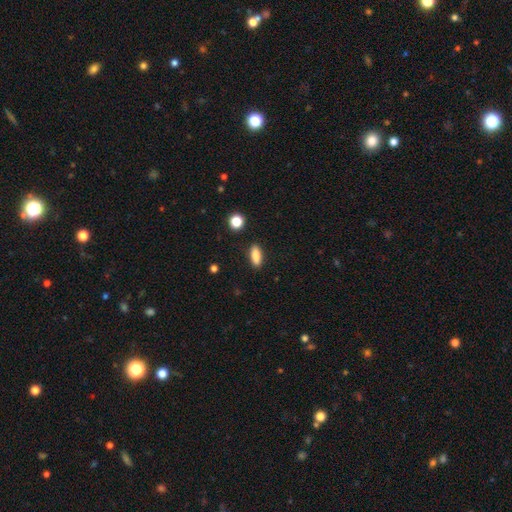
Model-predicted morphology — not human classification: Smooth or featured? smooth (84%)
How rounded? in between (71%)
Merging? none (88%)